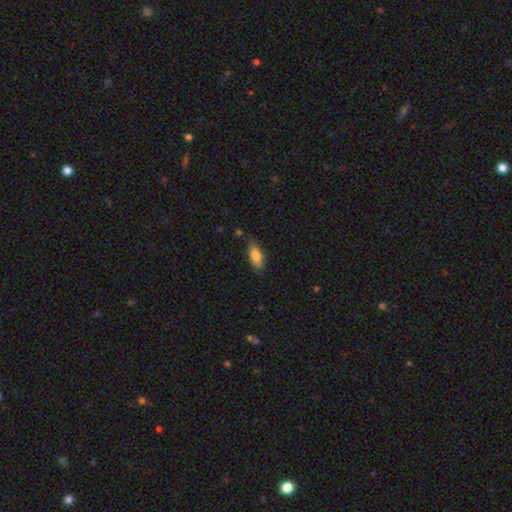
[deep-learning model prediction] Q: Smooth or featured?
A: smooth (78%); runner-up: featured or disk (15%)
Q: How rounded?
A: in between (71%); runner-up: cigar-shaped (27%)
Q: Merging?
A: none (75%); runner-up: minor disturbance (20%)